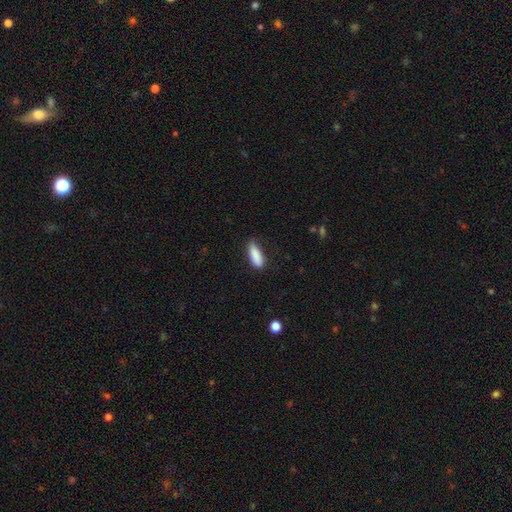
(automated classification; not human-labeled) Smooth or featured? Predicted: smooth (p=0.89). How rounded? Predicted: in between (p=0.63). Merging? Predicted: none (p=0.77).